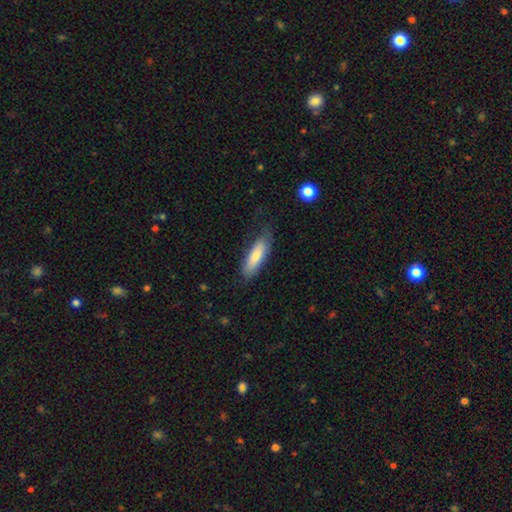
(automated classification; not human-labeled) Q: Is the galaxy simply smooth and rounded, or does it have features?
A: smooth — 76%.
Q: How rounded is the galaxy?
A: cigar-shaped — 51%.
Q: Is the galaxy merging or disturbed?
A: none — 72%.